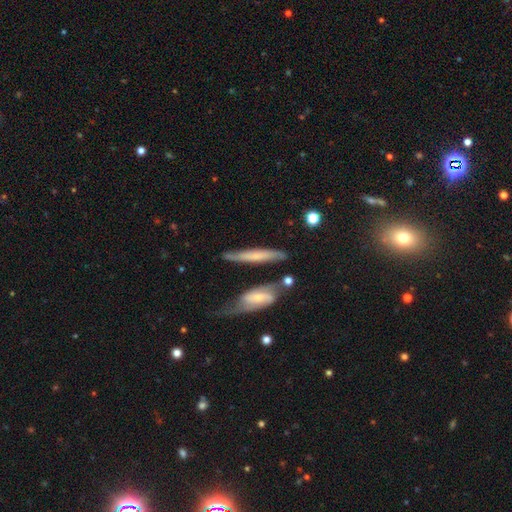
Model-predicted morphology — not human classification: The model was most divided on "smooth or featured": featured or disk: 54%, smooth: 39%, star or artifact: 7%. More confident: edge-on disk — yes (72%); merging — none (62%).